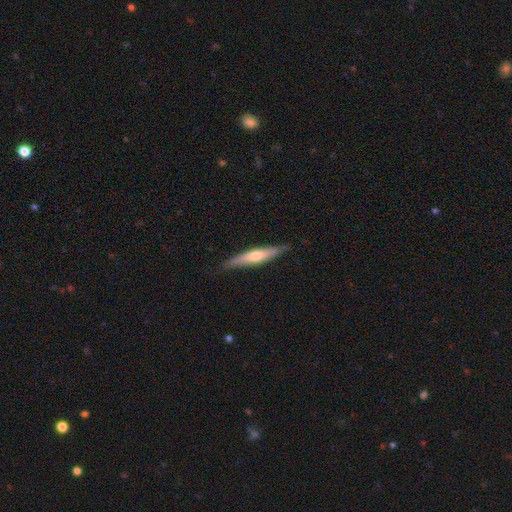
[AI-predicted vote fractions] Smooth or featured?
  - featured or disk: 52% *
  - smooth: 43%
  - star or artifact: 6%
Edge-on disk?
  - yes: 93% *
  - no: 7%
Merging?
  - none: 84% *
  - minor disturbance: 13%
  - major disturbance: 2%
  - merger: 1%